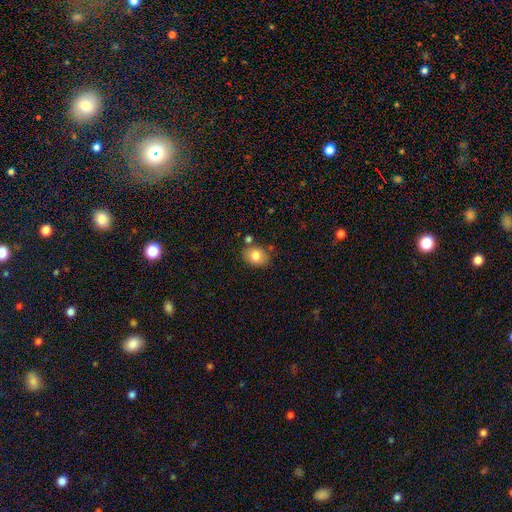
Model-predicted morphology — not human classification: smooth 82%, featured or disk 9%, star or artifact 9%. Down the decision tree: how rounded — round (50%); merging — none (75%).